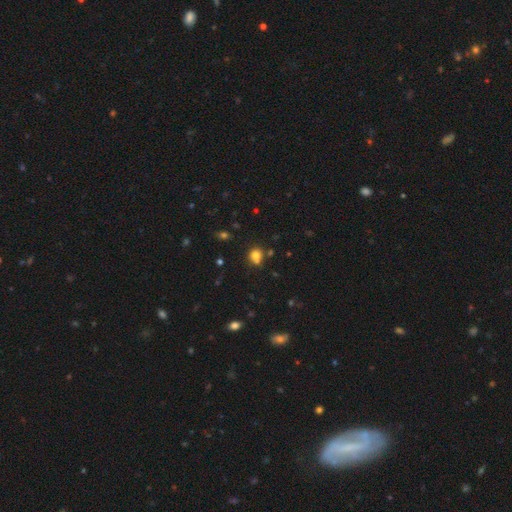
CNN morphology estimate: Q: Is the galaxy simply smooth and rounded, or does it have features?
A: smooth — 77%.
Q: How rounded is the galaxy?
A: round — 74%.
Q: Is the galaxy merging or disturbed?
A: none — 60%.